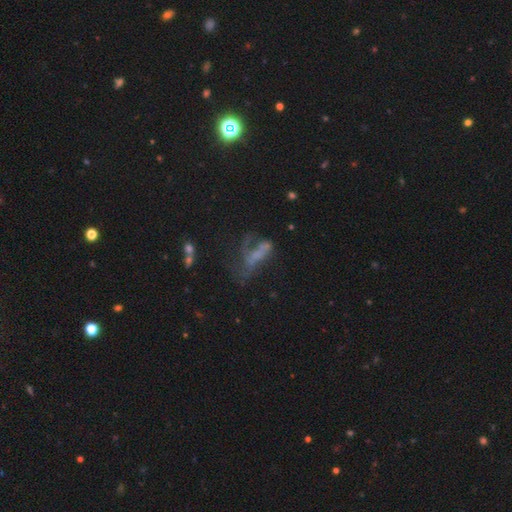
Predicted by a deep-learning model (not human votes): This is possibly a featured or disk galaxy (48%). Merging: possibly major disturbance (45%).